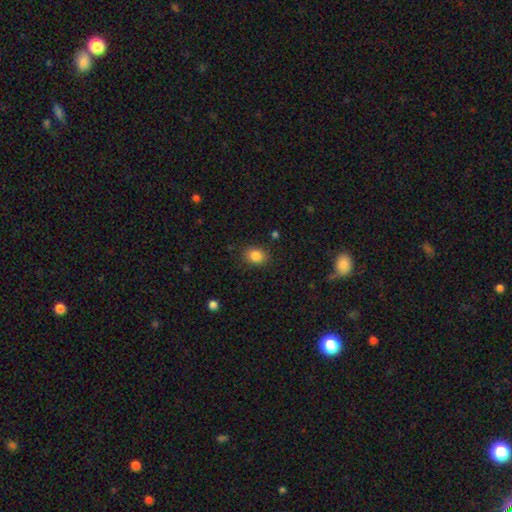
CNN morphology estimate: A smooth galaxy with no disk features (85%) that is round (50%). Merging: none (86%).